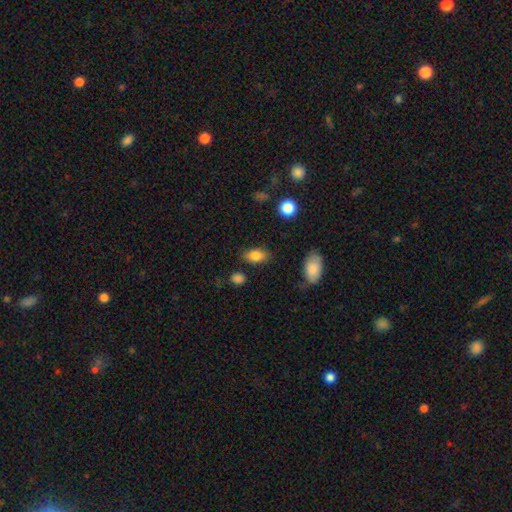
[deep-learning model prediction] Q: Smooth or featured?
A: smooth (83%); runner-up: featured or disk (8%)
Q: How rounded?
A: in between (89%); runner-up: round (9%)
Q: Merging?
A: none (83%); runner-up: minor disturbance (12%)